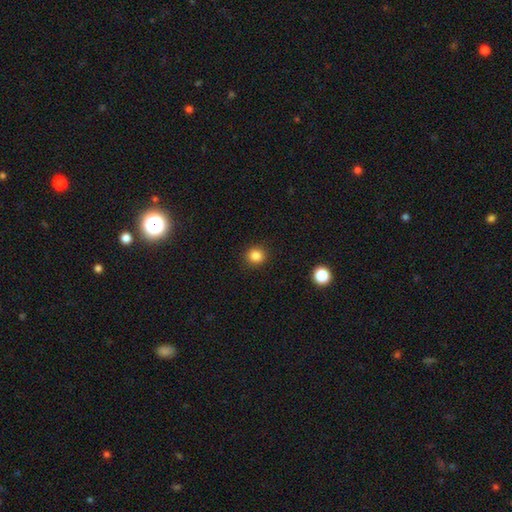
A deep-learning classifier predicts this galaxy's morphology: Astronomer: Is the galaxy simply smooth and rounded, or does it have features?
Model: smooth — 84%.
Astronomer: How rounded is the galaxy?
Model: round — 92%.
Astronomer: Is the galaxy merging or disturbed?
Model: none — 92%.